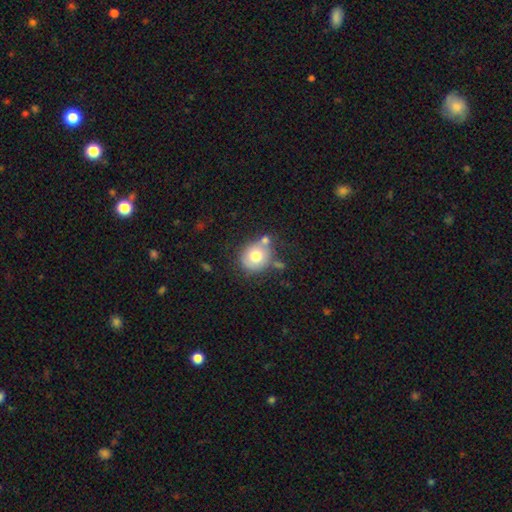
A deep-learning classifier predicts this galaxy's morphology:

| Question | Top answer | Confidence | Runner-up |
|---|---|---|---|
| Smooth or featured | smooth | 72% | featured or disk (19%) |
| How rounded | round | 77% | in between (22%) |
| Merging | none | 53% | merger (23%) |